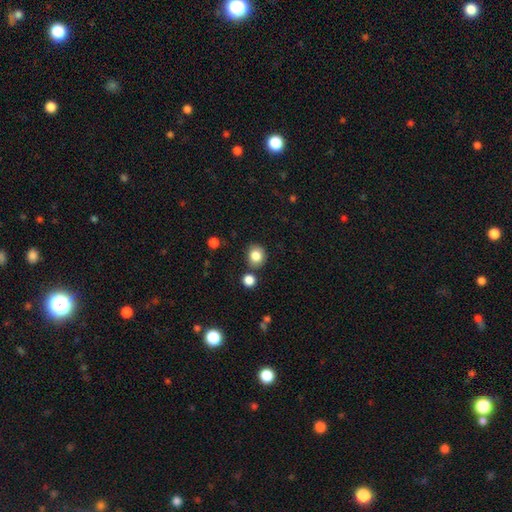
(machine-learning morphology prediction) Overall: smooth (84%). How rounded: round (76%). Merging: none (79%).